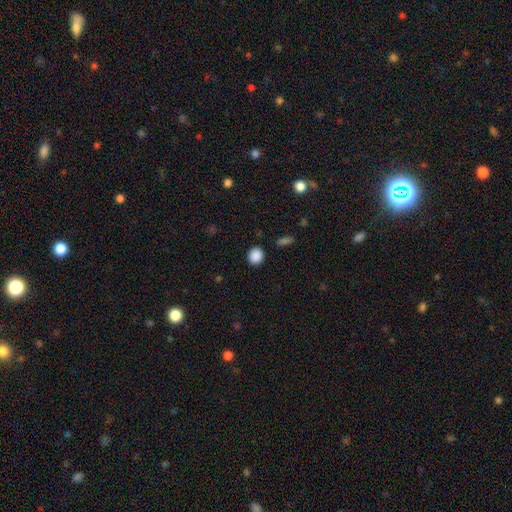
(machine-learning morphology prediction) This appears to be a smooth galaxy with no disk features (88%) that is round (78%). Merging: none (90%).